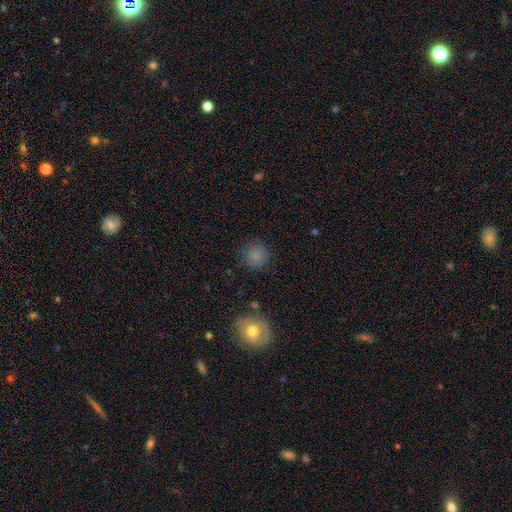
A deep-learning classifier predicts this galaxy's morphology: Smooth or featured?
  - smooth: 81% *
  - star or artifact: 12%
  - featured or disk: 7%
How rounded?
  - round: 90% *
  - in between: 9%
  - cigar-shaped: 1%
Merging?
  - none: 79% *
  - minor disturbance: 14%
  - major disturbance: 5%
  - merger: 2%